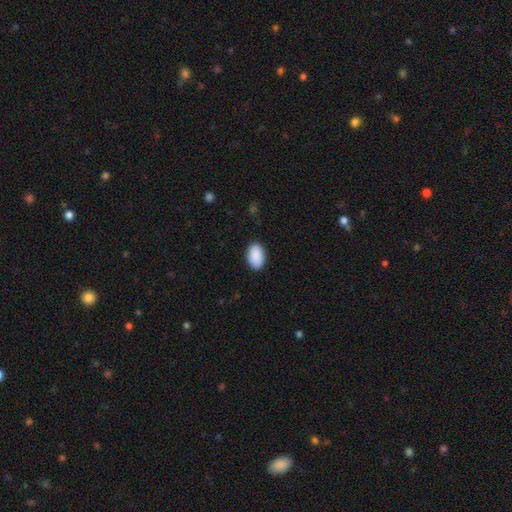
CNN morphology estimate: Smooth or featured? smooth (91%)
How rounded? in between (93%)
Merging? none (89%)